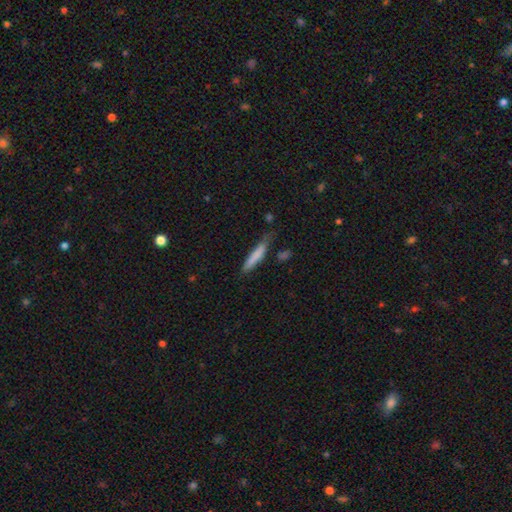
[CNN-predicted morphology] smooth 78%, featured or disk 16%, star or artifact 7%. Down the decision tree: how rounded — cigar-shaped (89%); merging — none (60%).